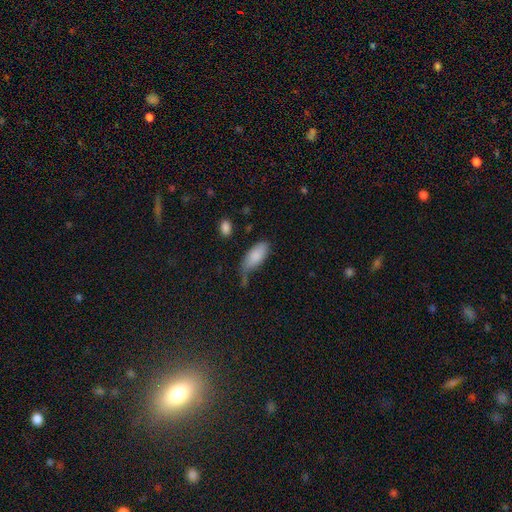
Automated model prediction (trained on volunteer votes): Morphology: type=smooth (85%); roundness=in between (88%); merging=none (43%).